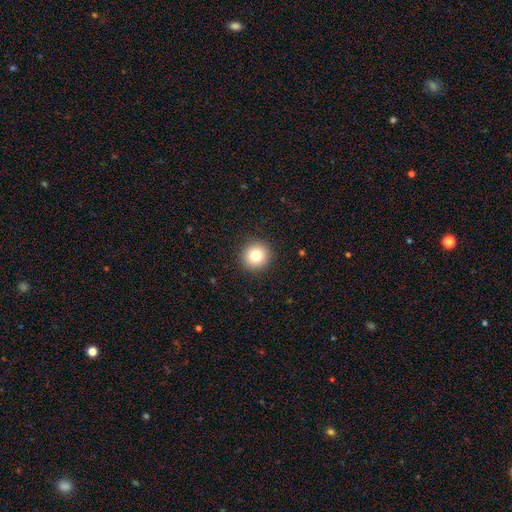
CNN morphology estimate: Q: Smooth or featured?
A: smooth (81%); runner-up: star or artifact (11%)
Q: How rounded?
A: round (94%); runner-up: in between (5%)
Q: Merging?
A: none (92%); runner-up: minor disturbance (5%)